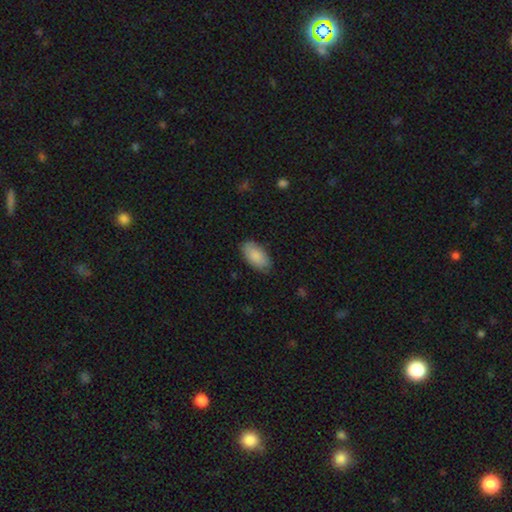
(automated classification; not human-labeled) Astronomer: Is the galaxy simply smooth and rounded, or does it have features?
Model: smooth — 88%.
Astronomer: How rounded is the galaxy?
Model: in between — 94%.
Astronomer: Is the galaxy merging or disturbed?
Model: none — 84%.